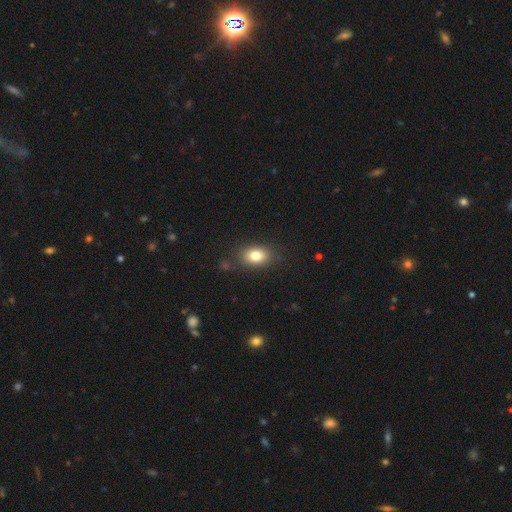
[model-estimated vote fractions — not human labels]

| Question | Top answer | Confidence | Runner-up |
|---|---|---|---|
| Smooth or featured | smooth | 80% | featured or disk (10%) |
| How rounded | in between | 78% | round (20%) |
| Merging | none | 83% | minor disturbance (12%) |